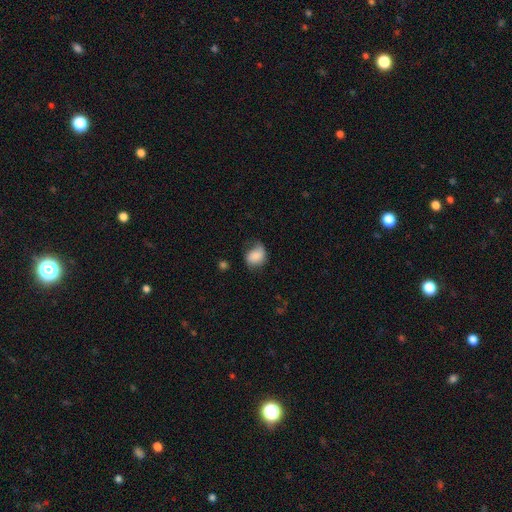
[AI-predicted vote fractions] This is likely a smooth galaxy (74%). How rounded: possibly in between (55%). Merging: possibly none (47%).